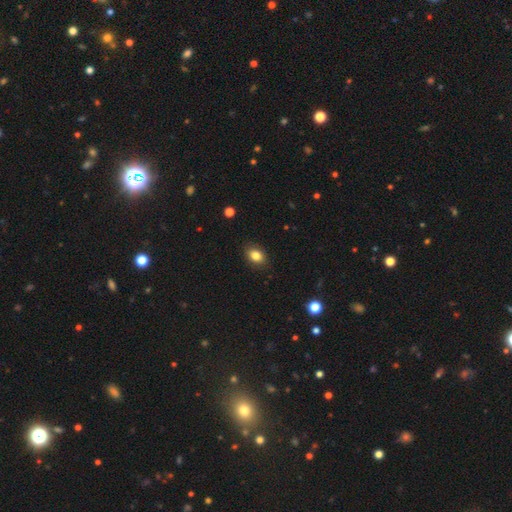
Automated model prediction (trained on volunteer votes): This is clearly a smooth galaxy (84%). How rounded: likely in between (71%). Merging: clearly none (86%).